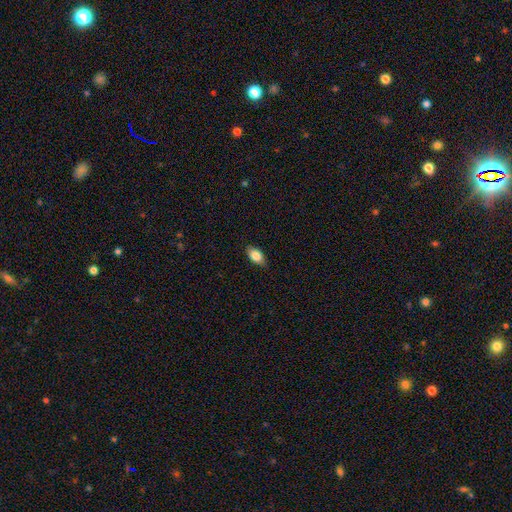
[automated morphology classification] Smooth or featured? smooth (84%)
How rounded? in between (90%)
Merging? none (83%)